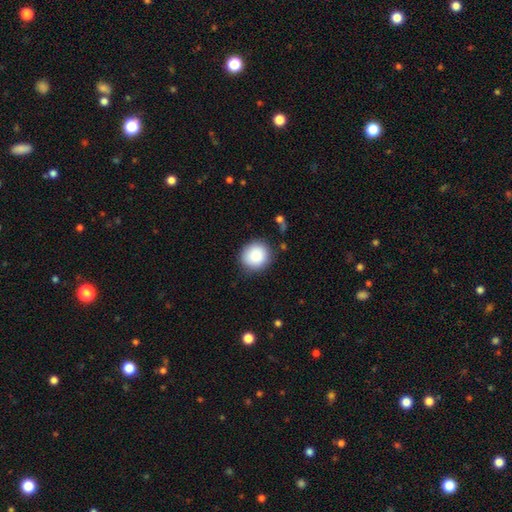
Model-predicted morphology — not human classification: Smooth or featured? Predicted: smooth (p=0.86). How rounded? Predicted: round (p=0.89). Merging? Predicted: none (p=0.85).